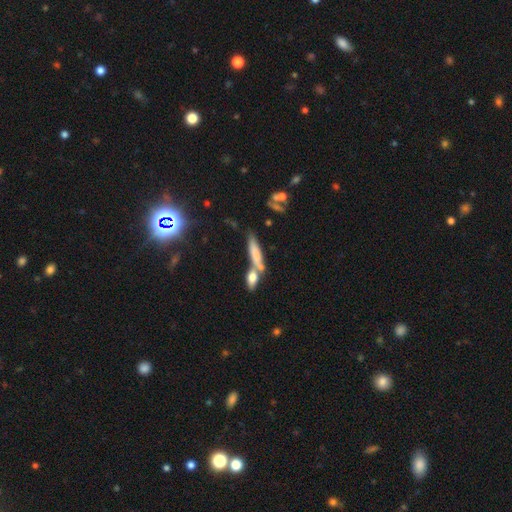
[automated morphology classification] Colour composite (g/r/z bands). It shows a smooth galaxy with no disk features (67%) that is cigar-shaped (69%). Merging: none (46%).